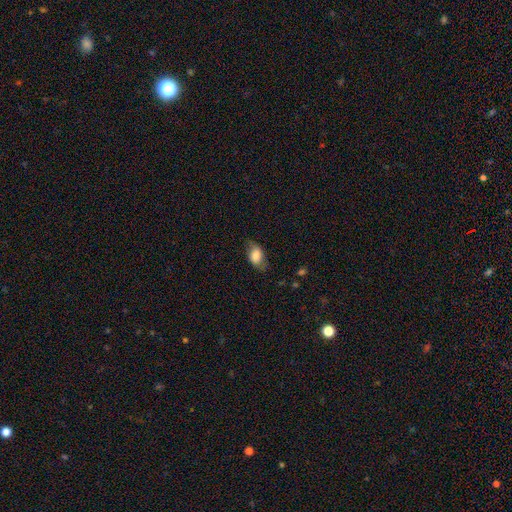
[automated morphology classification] A smooth galaxy with no disk features (75%) that is in between round and cigar-shaped (87%). Merging: none (63%).